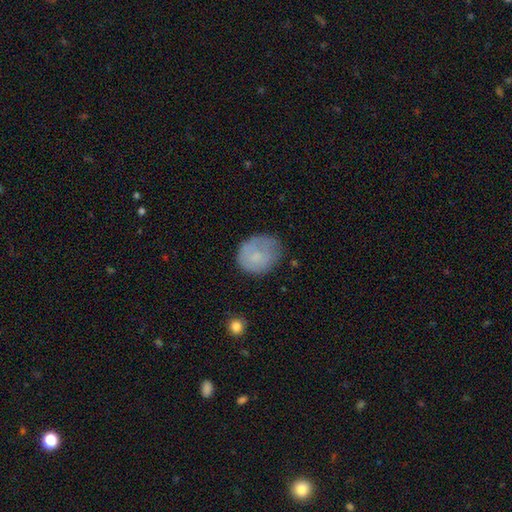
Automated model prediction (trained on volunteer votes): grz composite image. It shows a smooth galaxy with no disk features (73%) that is round (62%). Merging: none (57%).